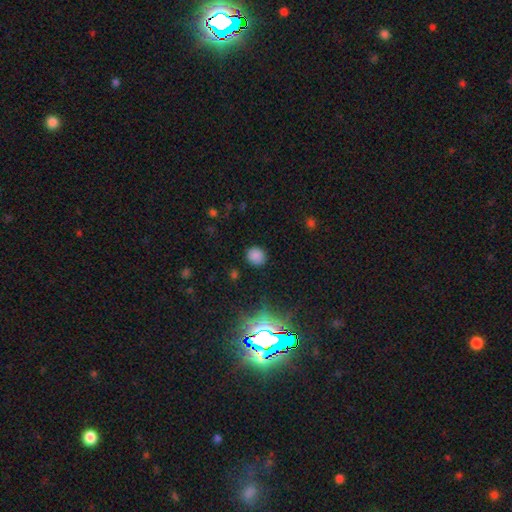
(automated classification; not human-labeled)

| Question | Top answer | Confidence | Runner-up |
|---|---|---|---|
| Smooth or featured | smooth | 79% | star or artifact (17%) |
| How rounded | round | 84% | in between (15%) |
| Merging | none | 86% | minor disturbance (9%) |